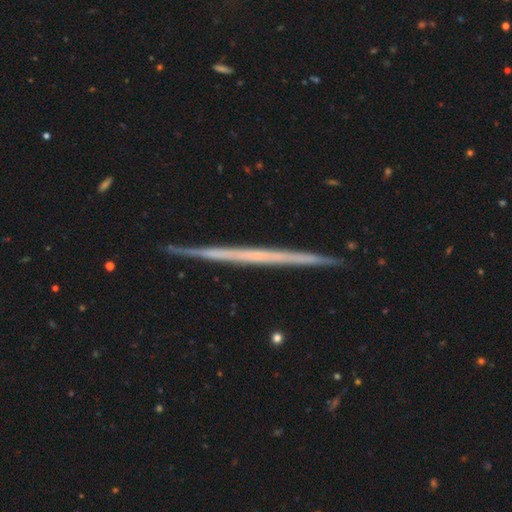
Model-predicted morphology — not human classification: The model was most divided on "smooth or featured": featured or disk: 67%, smooth: 26%, star or artifact: 7%. More confident: edge-on disk — yes (98%); edge-on bulge — none (93%); merging — none (91%).